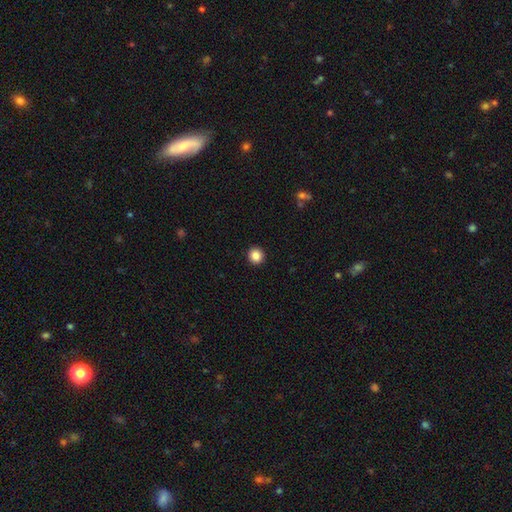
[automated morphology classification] This is clearly a smooth galaxy (86%). How rounded: clearly round (92%). Merging: clearly none (93%).